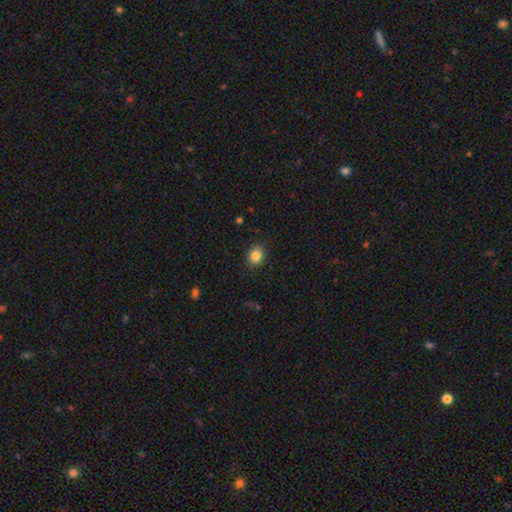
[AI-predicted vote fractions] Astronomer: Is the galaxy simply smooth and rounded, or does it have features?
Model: smooth — 85%.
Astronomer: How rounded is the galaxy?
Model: round — 60% (runner-up: in between, 39%).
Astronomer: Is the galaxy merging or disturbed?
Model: none — 89%.